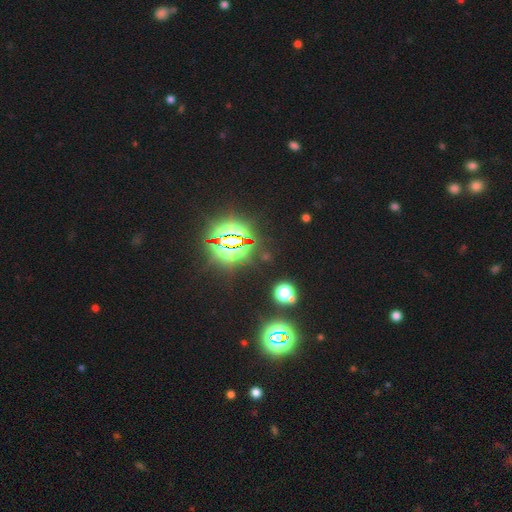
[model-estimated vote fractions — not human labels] Q: Smooth or featured?
A: star or artifact (84%); runner-up: smooth (10%)